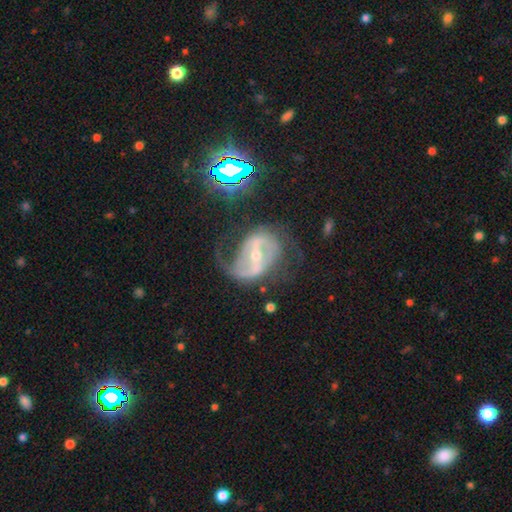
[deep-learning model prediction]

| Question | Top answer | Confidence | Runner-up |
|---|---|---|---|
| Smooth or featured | featured or disk | 85% | star or artifact (8%) |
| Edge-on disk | no | 96% | yes (4%) |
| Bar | strong | 60% | weak (30%) |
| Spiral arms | yes | 91% | no (9%) |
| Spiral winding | loose | 44% | medium (42%) |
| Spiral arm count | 2 | 80% | 1 (9%) |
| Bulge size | small | 58% | moderate (38%) |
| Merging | none | 51% | major disturbance (25%) |